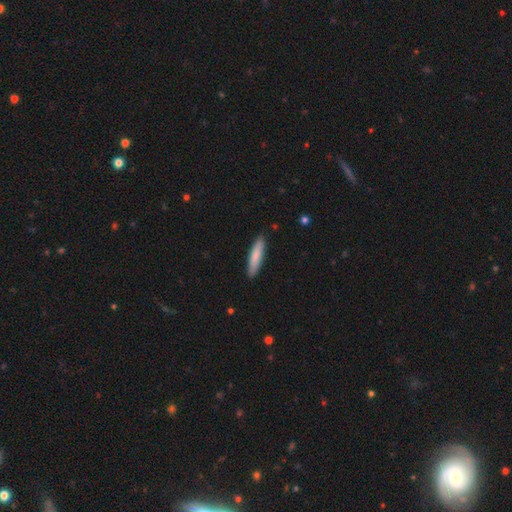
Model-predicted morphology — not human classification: Smooth or featured? Predicted: smooth (p=0.81). How rounded? Predicted: cigar-shaped (p=0.84). Merging? Predicted: none (p=0.89).